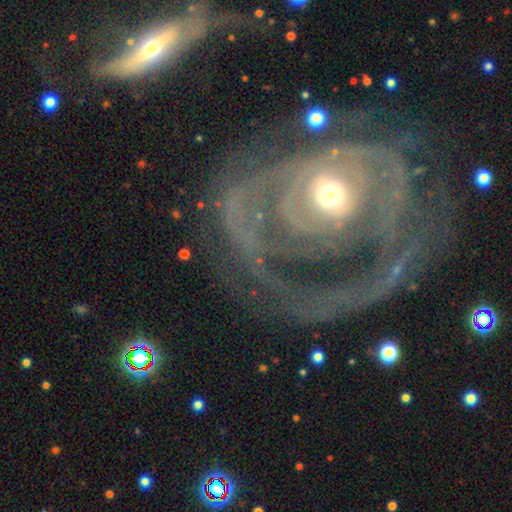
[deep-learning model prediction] smooth_or_featured: featured or disk (p=0.81) [alt: smooth p=0.12]
disk_edge_on: no (p=0.96) [alt: yes p=0.04]
bar: no (p=0.69) [alt: weak p=0.20]
has_spiral_arms: yes (p=0.72) [alt: no p=0.28]
spiral_winding: tight (p=0.58) [alt: medium p=0.27]
spiral_arm_count: can't tell (p=0.38) [alt: 2 p=0.25]
bulge_size: moderate (p=0.57) [alt: small p=0.34]
merging: none (p=0.42) [alt: major disturbance p=0.35]